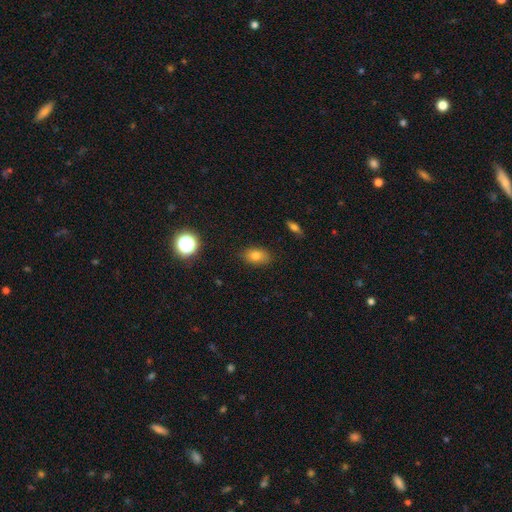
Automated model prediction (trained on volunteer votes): Morphology: type=smooth (77%); roundness=in between (84%); merging=none (84%).